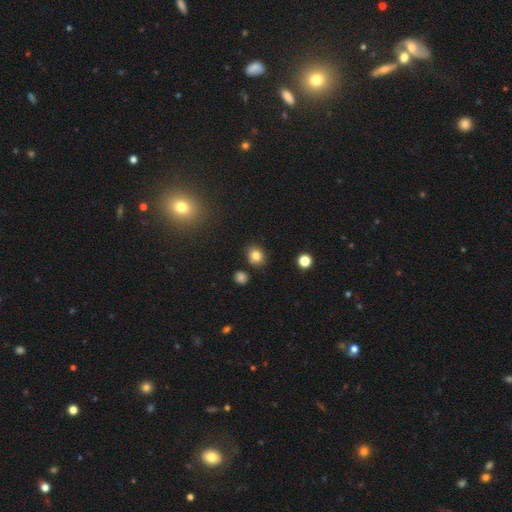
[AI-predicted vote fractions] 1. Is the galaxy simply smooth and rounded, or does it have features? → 82% smooth, 12% star or artifact, 6% featured or disk.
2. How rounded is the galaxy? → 60% round, 39% in between, 1% cigar-shaped.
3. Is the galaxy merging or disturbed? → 83% none, 10% minor disturbance, 5% merger, 3% major disturbance.